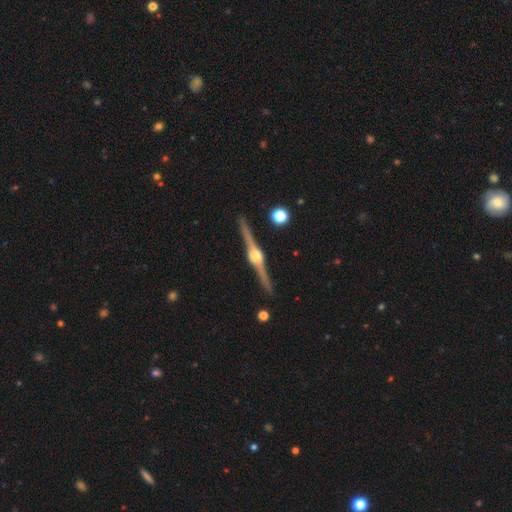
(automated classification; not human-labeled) A featured or disk galaxy (91%) viewed edge-on (98%) with a rounded central bulge (93%).

Vote fractions:
- Smooth or featured? featured or disk: 91% / star or artifact: 5% / smooth: 4%
- Edge-on disk? yes: 98% / no: 2%
- Edge-on bulge? rounded: 93% / boxy: 6% / none: 1%
- Merging? none: 91% / minor disturbance: 6% / merger: 1% / major disturbance: 1%